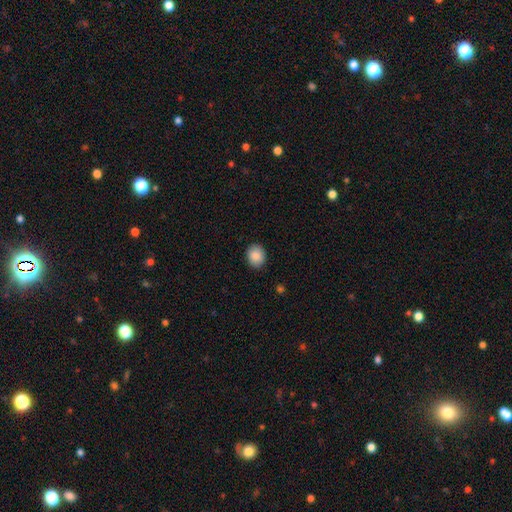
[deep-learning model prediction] Smooth or featured: smooth — 88% (star or artifact — 8%)
How rounded: round — 55% (in between — 44%)
Merging: none — 90% (minor disturbance — 8%)